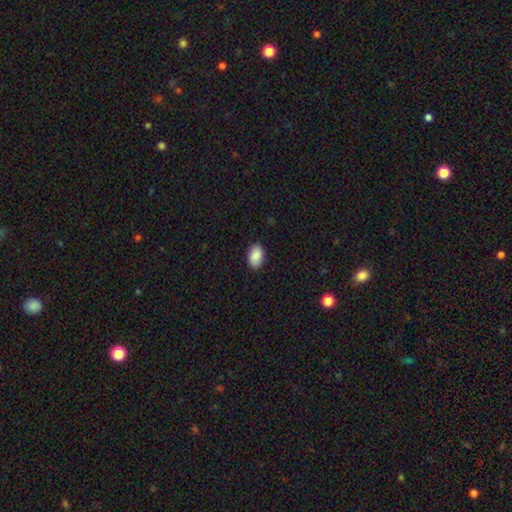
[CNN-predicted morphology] Smooth or featured?
  - smooth: 89% *
  - star or artifact: 7%
  - featured or disk: 4%
How rounded?
  - in between: 88% *
  - round: 11%
  - cigar-shaped: 1%
Merging?
  - none: 88% *
  - minor disturbance: 9%
  - major disturbance: 2%
  - merger: 1%